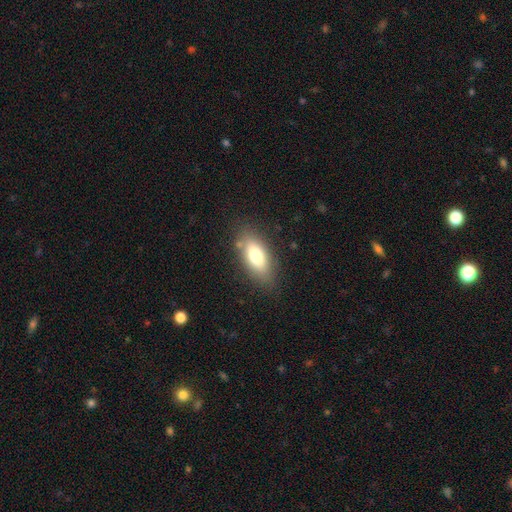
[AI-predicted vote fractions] A smooth galaxy with no disk features (74%) that is in between round and cigar-shaped (83%). Merging: none (79%).